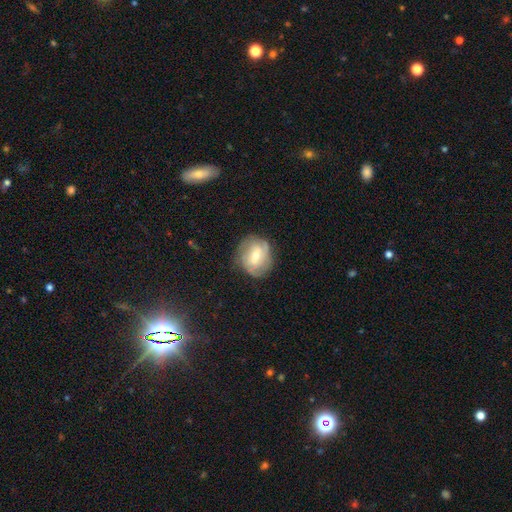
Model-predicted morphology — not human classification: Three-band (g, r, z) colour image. It shows a featured or disk galaxy (62%) with a weak bar (49%), spiral arms (78%) and a moderate central bulge (54%). Merging: none (73%).